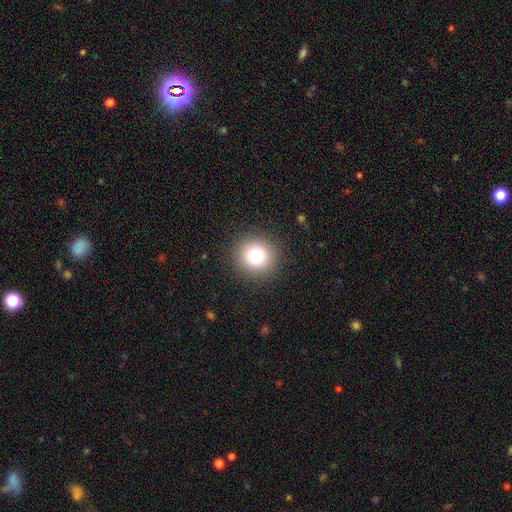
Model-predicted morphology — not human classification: This appears to be a smooth galaxy with no disk features (79%) that is round (93%). Merging: none (91%).